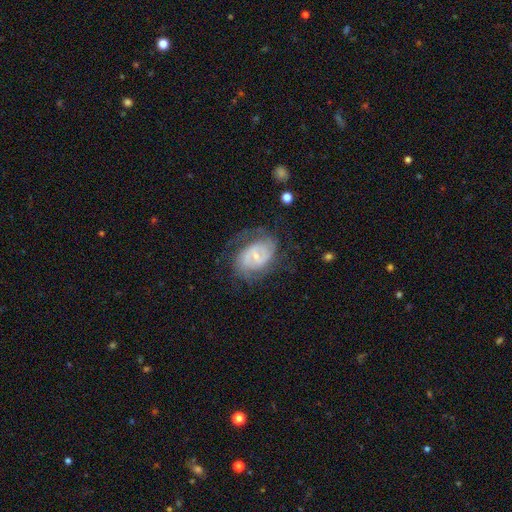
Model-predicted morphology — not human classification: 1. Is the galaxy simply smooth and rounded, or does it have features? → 82% featured or disk, 12% smooth, 6% star or artifact.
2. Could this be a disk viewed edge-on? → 97% no, 3% yes.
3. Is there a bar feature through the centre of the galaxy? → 54% weak, 29% no, 17% strong.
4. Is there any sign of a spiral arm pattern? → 92% yes, 8% no.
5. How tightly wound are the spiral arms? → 46% tight, 40% medium, 13% loose.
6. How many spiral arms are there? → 58% 2, 23% can't tell, 9% 3, 4% 1, 3% 4, 3% more than 4.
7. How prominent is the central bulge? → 69% small, 25% moderate, 4% none, 2% large, 1% dominant.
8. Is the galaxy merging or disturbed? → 63% none, 21% minor disturbance, 15% major disturbance, 2% merger.